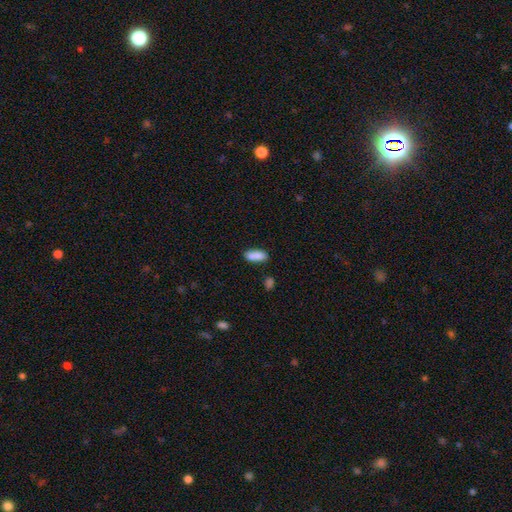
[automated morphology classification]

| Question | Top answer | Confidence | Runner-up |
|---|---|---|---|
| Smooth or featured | smooth | 85% | featured or disk (8%) |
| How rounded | in between | 80% | cigar-shaped (17%) |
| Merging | none | 66% | minor disturbance (16%) |